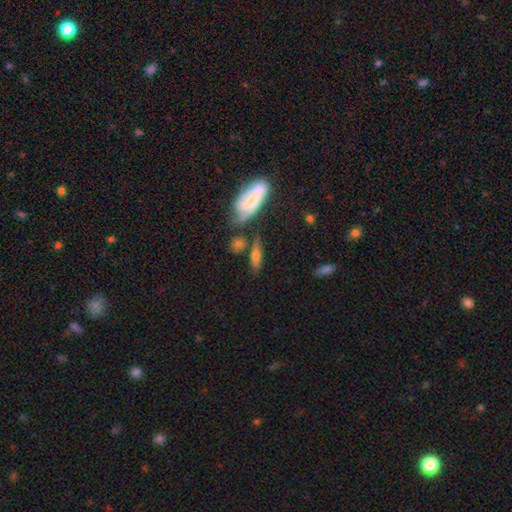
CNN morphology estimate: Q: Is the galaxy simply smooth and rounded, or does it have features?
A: featured or disk — 49%.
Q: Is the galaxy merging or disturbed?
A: none — 62%.